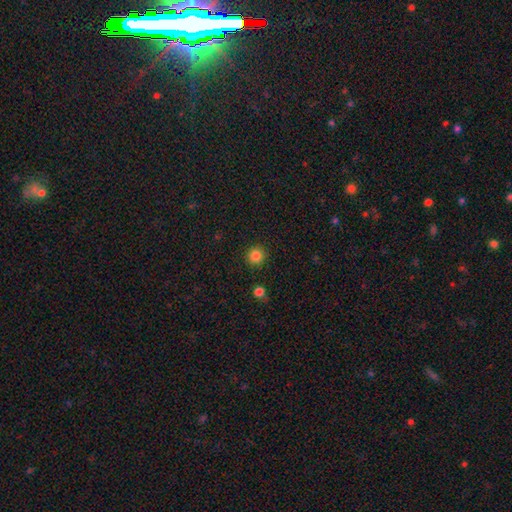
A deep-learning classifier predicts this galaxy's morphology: A smooth galaxy with no disk features (84%) that is round (94%). Merging: none (91%).